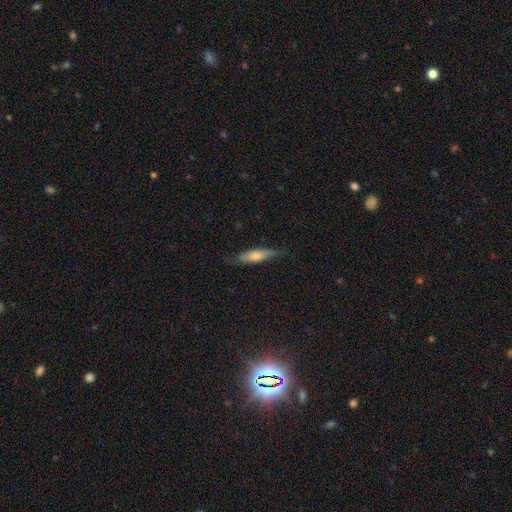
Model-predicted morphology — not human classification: Smooth or featured? Predicted: smooth (p=0.61). How rounded? Predicted: cigar-shaped (p=0.68). Merging? Predicted: none (p=0.75).